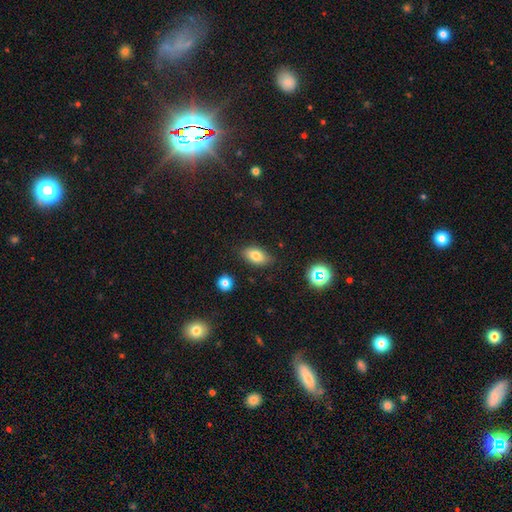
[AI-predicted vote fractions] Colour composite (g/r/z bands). It shows a smooth galaxy with no disk features (79%) that is in between round and cigar-shaped (88%). Merging: none (80%).